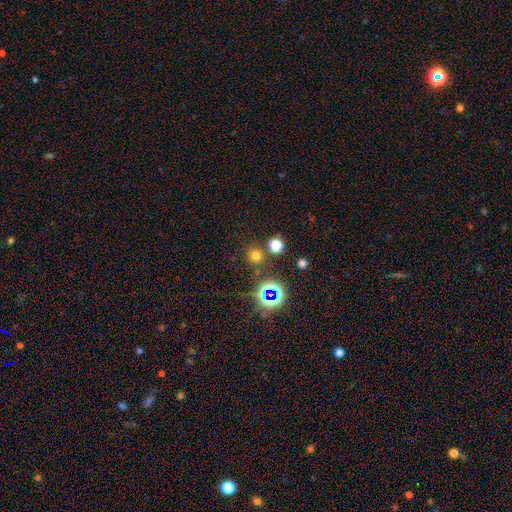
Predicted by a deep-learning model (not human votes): Smooth or featured? Predicted: smooth (p=0.63). How rounded? Predicted: round (p=0.91). Merging? Predicted: none (p=0.81).